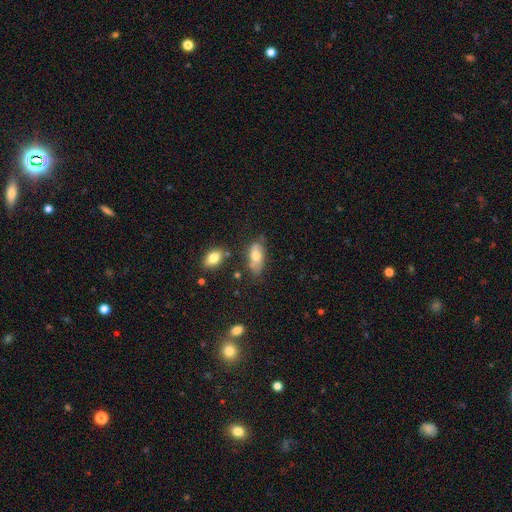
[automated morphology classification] Smooth or featured? Predicted: smooth (p=0.69). How rounded? Predicted: in between (p=0.85). Merging? Predicted: none (p=0.59).